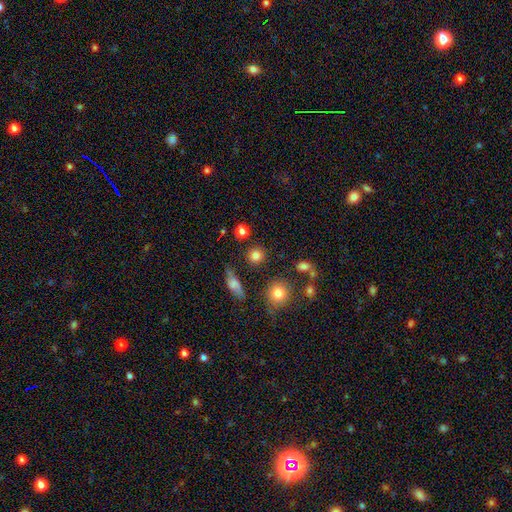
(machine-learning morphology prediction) This is clearly a smooth galaxy (80%). How rounded: clearly round (90%). Merging: clearly none (84%).